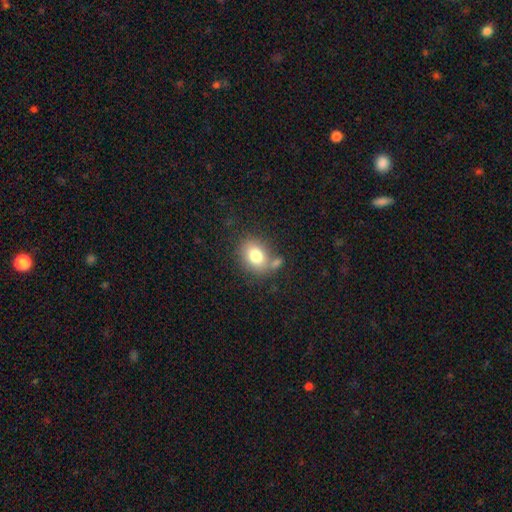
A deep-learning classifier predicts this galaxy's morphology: A smooth galaxy with no disk features (78%) that is in between round and cigar-shaped (58%). Merging: none (62%).